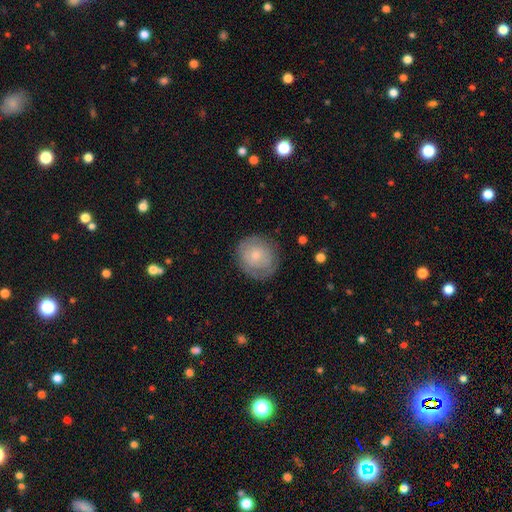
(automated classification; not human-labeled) smooth_or_featured: smooth (p=0.60) [alt: featured or disk p=0.33]
how_rounded: round (p=0.85) [alt: in between p=0.15]
merging: none (p=0.74) [alt: minor disturbance p=0.18]